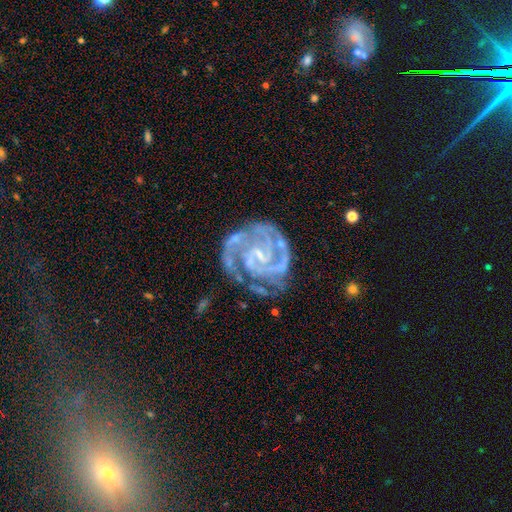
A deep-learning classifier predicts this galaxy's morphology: type=featured or disk (86%); edge-on=no (98%); bar=no (53%); spiral arms=yes (98%); winding=tight (68%); arm count=2 (50%); bulge=small (71%); merging=none (66%).